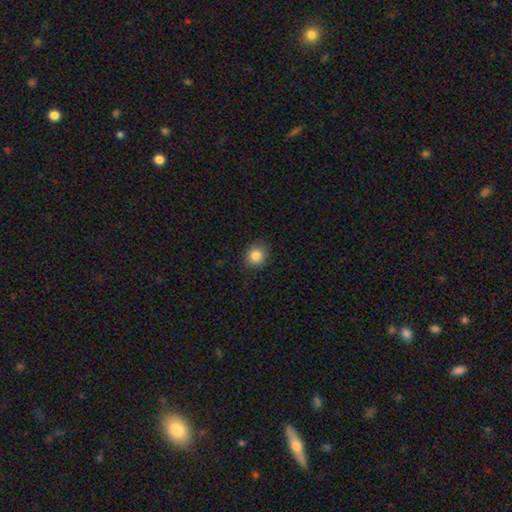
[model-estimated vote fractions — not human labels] smooth_or_featured: smooth (p=0.85) [alt: star or artifact p=0.10]
how_rounded: round (p=0.78) [alt: in between p=0.21]
merging: none (p=0.89) [alt: minor disturbance p=0.08]